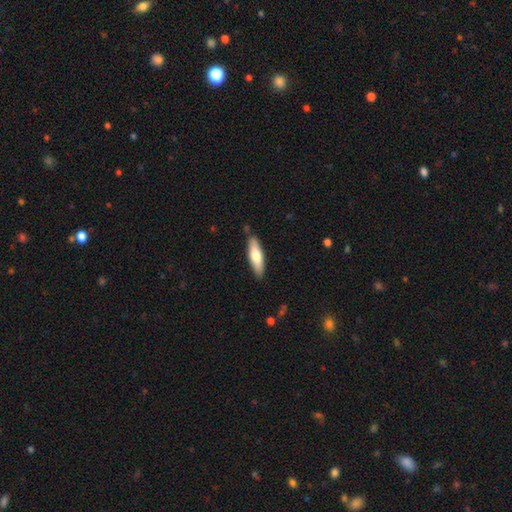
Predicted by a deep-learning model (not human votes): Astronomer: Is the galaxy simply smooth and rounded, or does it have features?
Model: smooth — 69%.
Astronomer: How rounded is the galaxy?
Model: cigar-shaped — 58% (runner-up: in between, 40%).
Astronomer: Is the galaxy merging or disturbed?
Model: none — 86%.